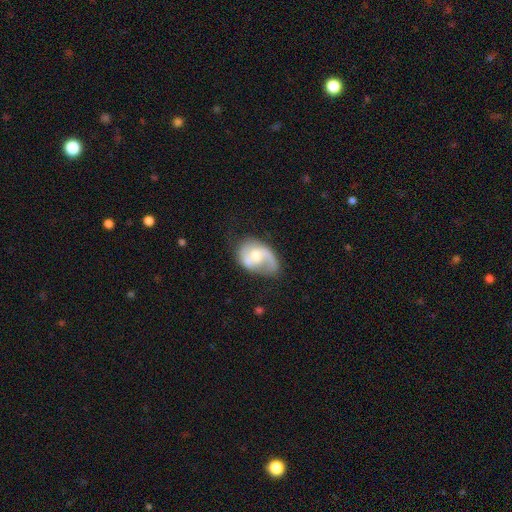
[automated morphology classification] This is likely a featured or disk galaxy (70%). It is clearly not viewed edge-on (97%). Bar: possibly no (55%). Spiral arm pattern: clearly yes (87%). Spiral arm count: possibly 2 (59%). Spiral winding: marginally loose (42%). Central bulge: likely moderate (67%). Merging: possibly none (50%).